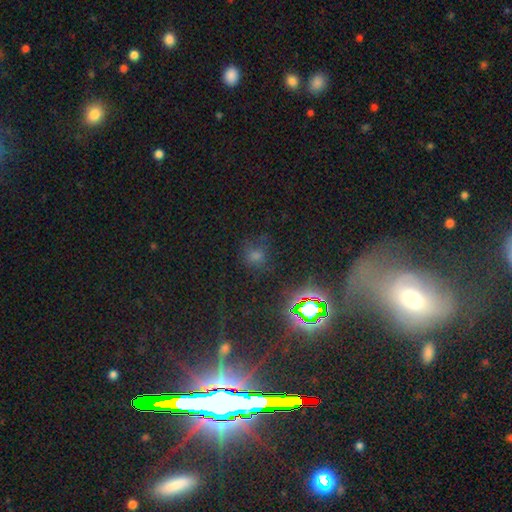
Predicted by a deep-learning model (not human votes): Smooth or featured?
  - star or artifact: 50% *
  - smooth: 41%
  - featured or disk: 9%